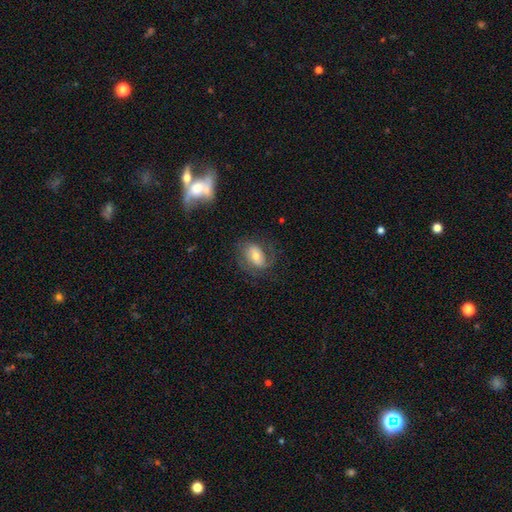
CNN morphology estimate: Smooth or featured?
  - featured or disk: 59% *
  - smooth: 32%
  - star or artifact: 9%
Edge-on disk?
  - no: 95% *
  - yes: 5%
Bar?
  - no: 40% *
  - weak: 39%
  - strong: 21%
Spiral arms?
  - yes: 83% *
  - no: 17%
Bulge size?
  - moderate: 52% *
  - small: 35%
  - large: 8%
  - none: 2%
  - dominant: 2%
Merging?
  - none: 61% *
  - minor disturbance: 19%
  - major disturbance: 17%
  - merger: 2%